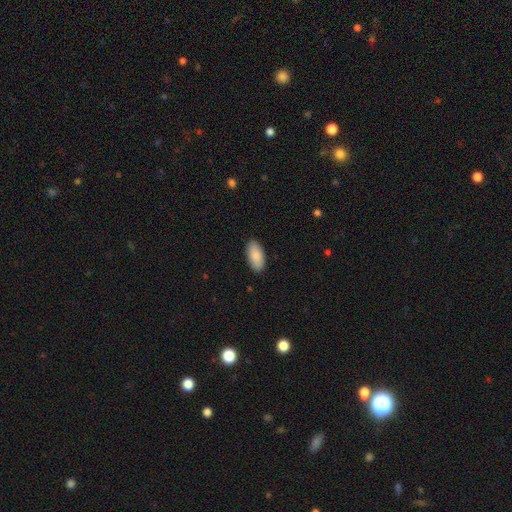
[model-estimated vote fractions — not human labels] A smooth galaxy with no disk features (90%) that is in between round and cigar-shaped (93%). Merging: none (89%).